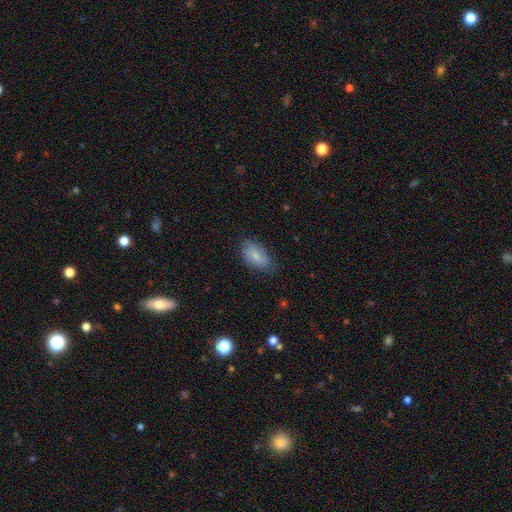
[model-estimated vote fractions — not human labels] Overall: smooth (79%). How rounded: in between (91%). Merging: none (70%).